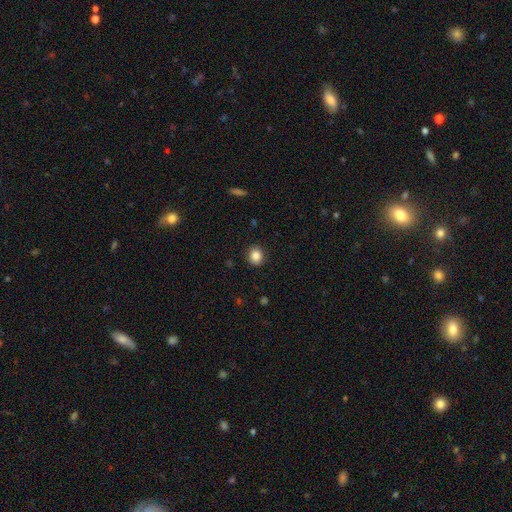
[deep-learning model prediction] Smooth or featured? smooth (86%)
How rounded? round (75%)
Merging? none (89%)